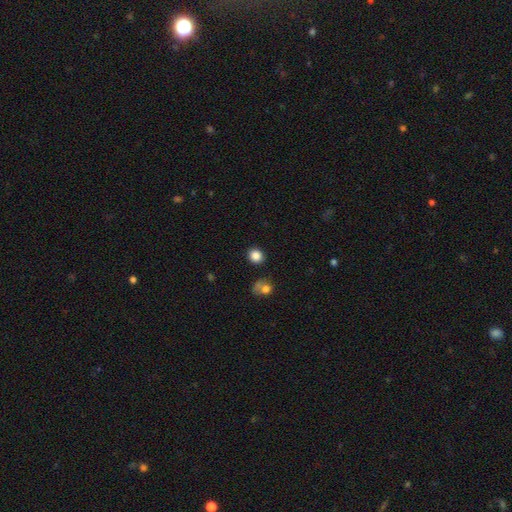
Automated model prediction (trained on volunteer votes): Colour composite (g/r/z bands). It shows a smooth galaxy with no disk features (85%) that is round (81%). Merging: none (84%).